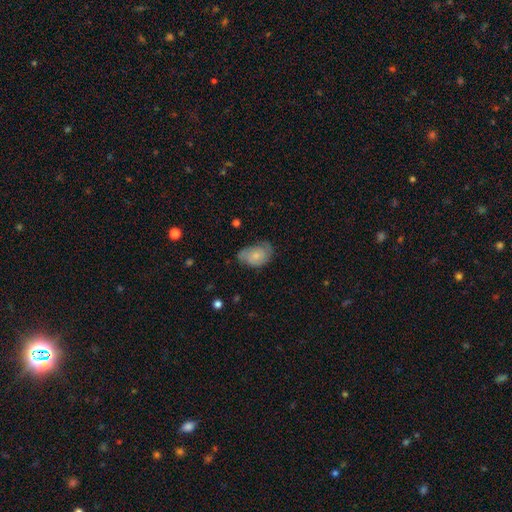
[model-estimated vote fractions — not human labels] smooth_or_featured: smooth (p=0.60) [alt: featured or disk p=0.33]
how_rounded: in between (p=0.83) [alt: round p=0.16]
merging: none (p=0.51) [alt: minor disturbance p=0.35]